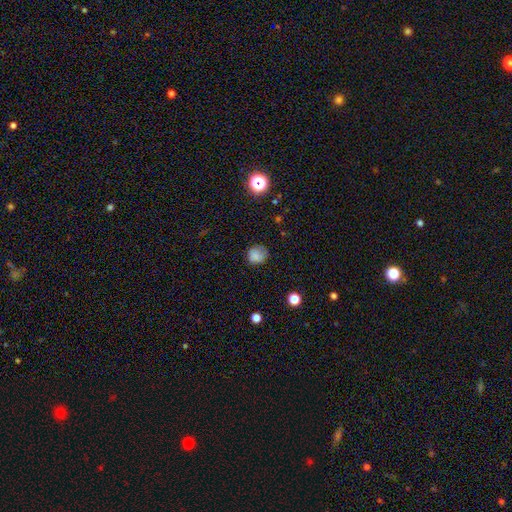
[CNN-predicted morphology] Overall: smooth (80%). How rounded: round (82%). Merging: none (73%).